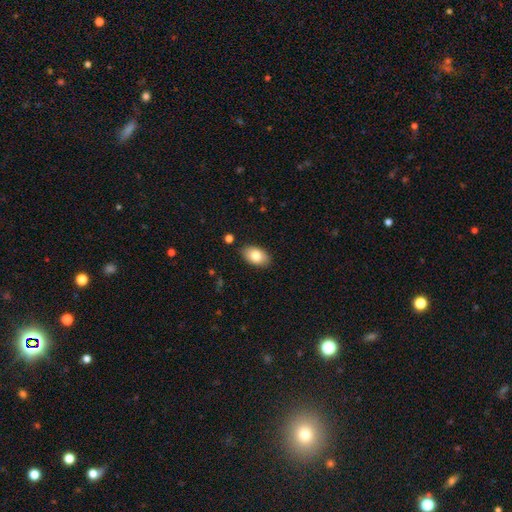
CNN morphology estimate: This appears to be a smooth galaxy with no disk features (80%) that is in between round and cigar-shaped (92%). Merging: none (87%).